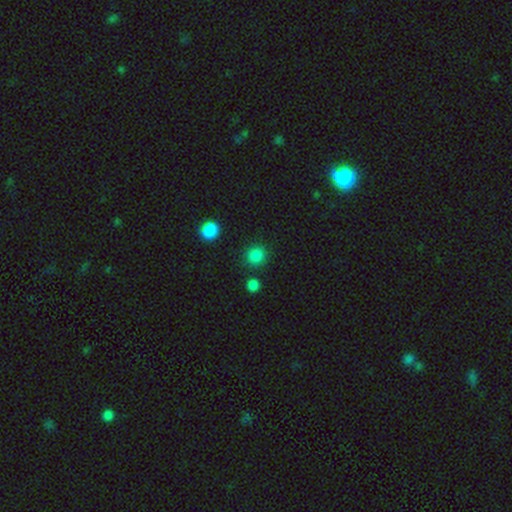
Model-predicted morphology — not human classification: The model was most divided on "smooth or featured": smooth: 84%, star or artifact: 12%, featured or disk: 3%. More confident: how rounded — round (89%); merging — none (86%).